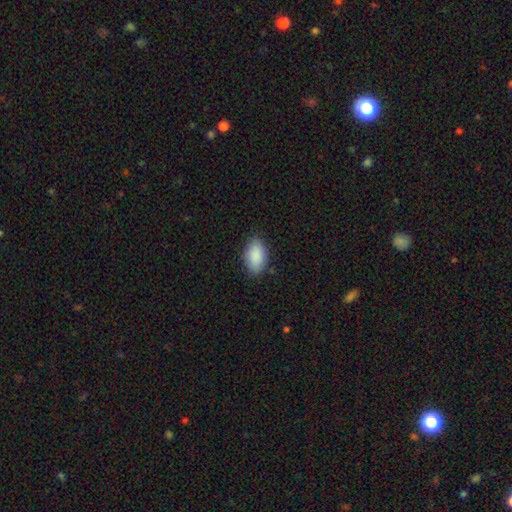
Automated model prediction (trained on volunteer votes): Smooth or featured?
  - smooth: 89% *
  - star or artifact: 6%
  - featured or disk: 4%
How rounded?
  - in between: 94% *
  - round: 4%
  - cigar-shaped: 2%
Merging?
  - none: 83% *
  - minor disturbance: 13%
  - major disturbance: 3%
  - merger: 1%